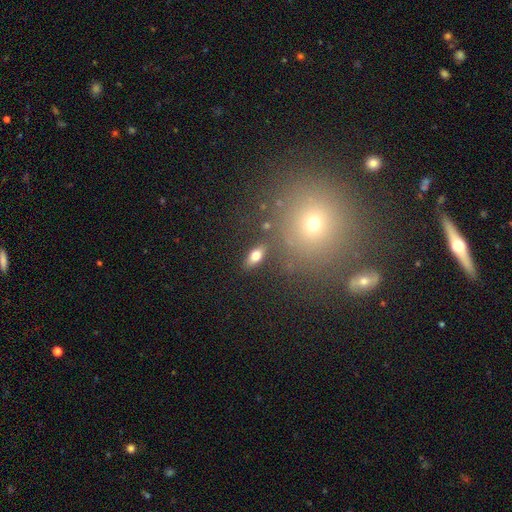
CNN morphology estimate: Smooth or featured?
  - smooth: 74% *
  - featured or disk: 16%
  - star or artifact: 10%
How rounded?
  - in between: 84% *
  - cigar-shaped: 10%
  - round: 6%
Merging?
  - none: 82% *
  - minor disturbance: 10%
  - merger: 4%
  - major disturbance: 3%